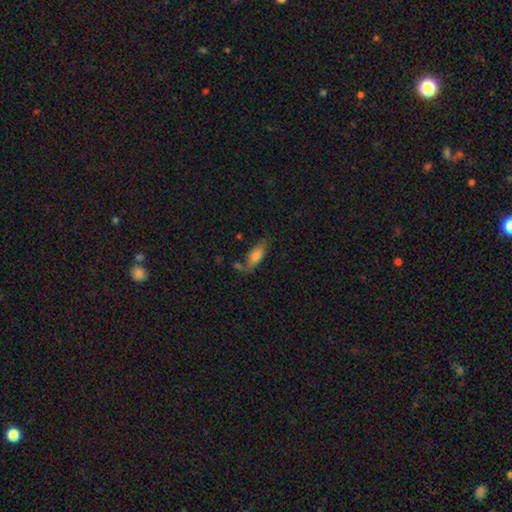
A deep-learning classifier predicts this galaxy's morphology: The model was most divided on "merging": none: 54%, minor disturbance: 23%, merger: 14%, major disturbance: 9%. More confident: how rounded — in between (74%); smooth or featured — smooth (72%).